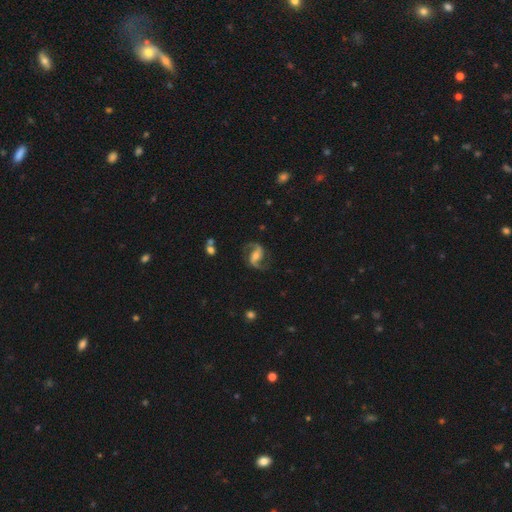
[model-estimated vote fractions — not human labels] A featured or disk galaxy (91%) with a weak bar (39%), 2 (94%) loose (48%) spiral arms (98%) and a moderate central bulge (49%).

Vote fractions:
- Smooth or featured? featured or disk: 91% / star or artifact: 5% / smooth: 4%
- Edge-on disk? no: 98% / yes: 2%
- Bar? weak: 39% / strong: 34% / no: 27%
- Spiral arms? yes: 98% / no: 2%
- Spiral winding? loose: 48% / medium: 44% / tight: 8%
- Spiral arm count? 2: 94% / 1: 2% / can't tell: 1% / 3: 1% / 4: 1% / more than 4: 1%
- Bulge size? moderate: 49% / small: 40% / large: 5% / none: 5% / dominant: 1%
- Merging? none: 80% / minor disturbance: 12% / major disturbance: 6% / merger: 2%